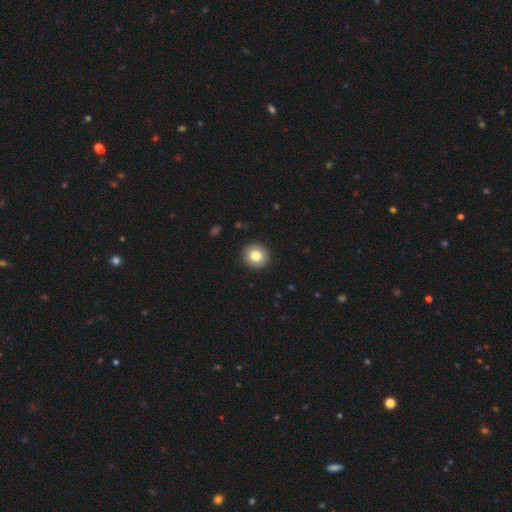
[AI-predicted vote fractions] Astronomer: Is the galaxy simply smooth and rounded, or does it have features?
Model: smooth — 82%.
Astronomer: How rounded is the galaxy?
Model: round — 90%.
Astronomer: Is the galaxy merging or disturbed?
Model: none — 91%.